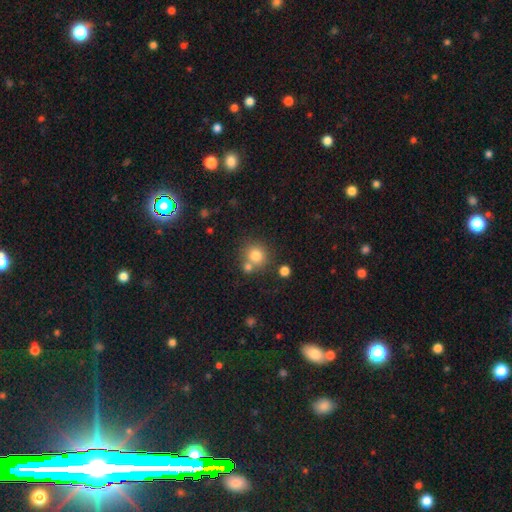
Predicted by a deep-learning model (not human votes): smooth-or-featured: smooth: 79% | star or artifact: 12% | featured or disk: 9%
  how-rounded: round: 90% | in between: 9% | cigar-shaped: 1%
  merging: none: 63% | merger: 25% | minor disturbance: 9% | major disturbance: 3%